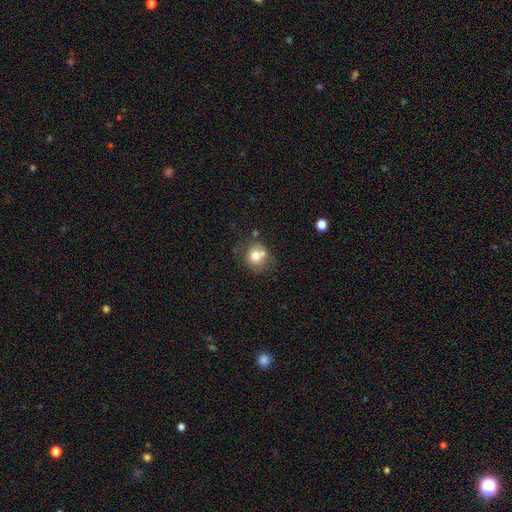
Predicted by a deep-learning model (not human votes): Smooth or featured? Predicted: smooth (p=0.72). How rounded? Predicted: round (p=0.78). Merging? Predicted: none (p=0.51).